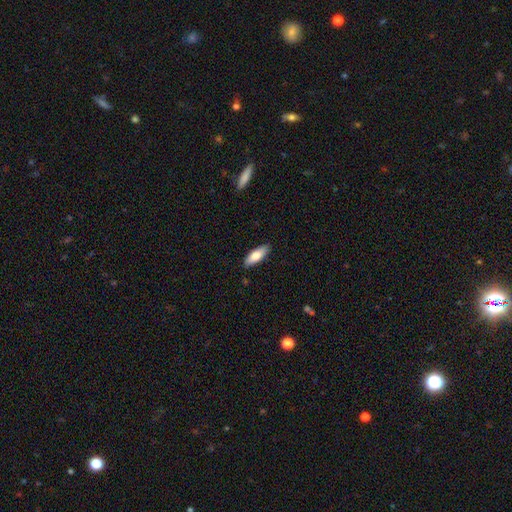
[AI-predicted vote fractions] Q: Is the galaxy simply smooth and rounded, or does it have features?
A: smooth — 76%.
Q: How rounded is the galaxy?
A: in between — 67%.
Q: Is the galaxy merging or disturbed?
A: none — 87%.